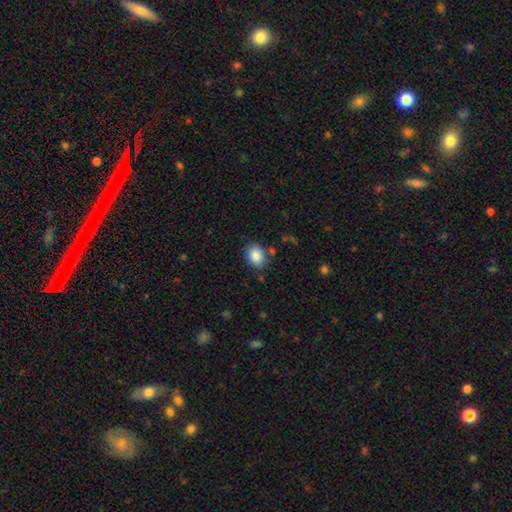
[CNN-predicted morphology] Smooth or featured? smooth (87%)
How rounded? in between (59%)
Merging? none (84%)